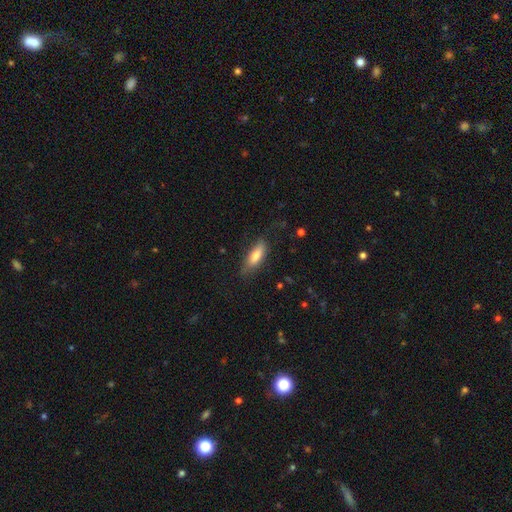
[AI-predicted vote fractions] The model was most divided on "how rounded": in between: 62%, cigar-shaped: 36%, round: 2%. More confident: smooth or featured — smooth (75%); merging — none (74%).